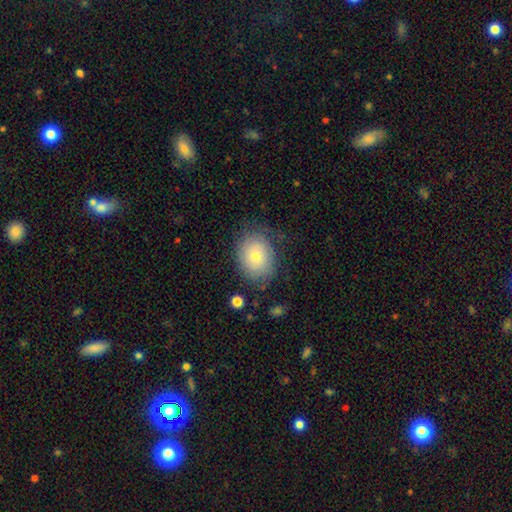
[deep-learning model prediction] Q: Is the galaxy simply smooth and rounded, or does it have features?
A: smooth — 68%.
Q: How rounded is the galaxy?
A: in between — 56%.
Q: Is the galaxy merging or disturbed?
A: none — 74%.